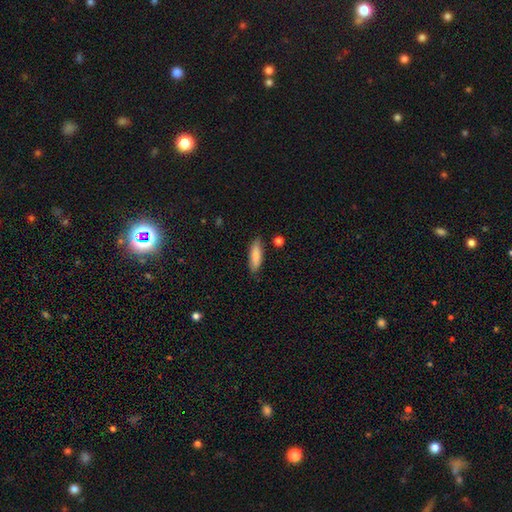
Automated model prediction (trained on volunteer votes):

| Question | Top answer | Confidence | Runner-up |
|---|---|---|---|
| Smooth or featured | smooth | 75% | featured or disk (19%) |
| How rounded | in between | 54% | cigar-shaped (44%) |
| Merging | none | 84% | minor disturbance (11%) |